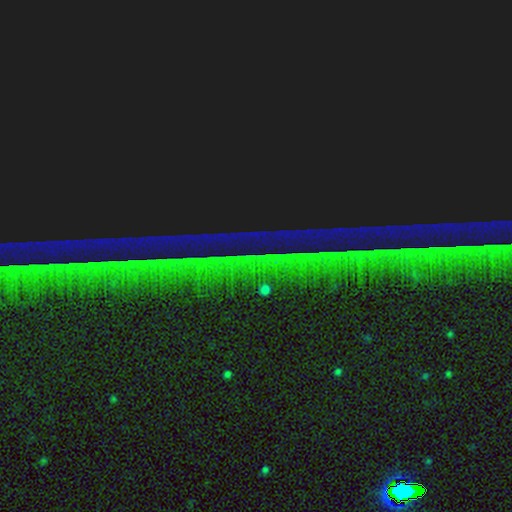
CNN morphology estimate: The model was most divided on "smooth or featured": star or artifact: 87%, featured or disk: 7%, smooth: 7%.